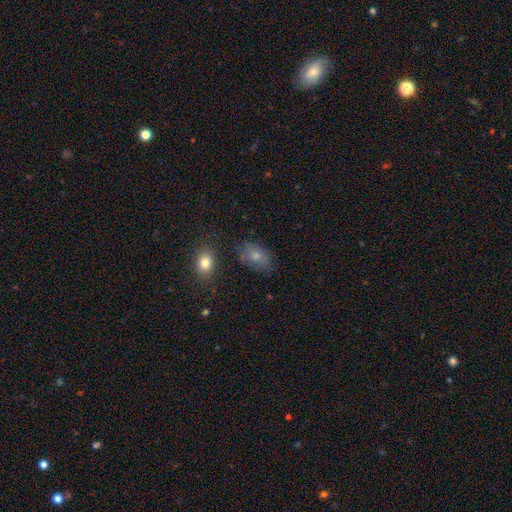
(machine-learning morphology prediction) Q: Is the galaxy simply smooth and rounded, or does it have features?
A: smooth — 76%.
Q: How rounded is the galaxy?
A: in between — 86%.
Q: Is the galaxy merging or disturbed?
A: none — 68%.